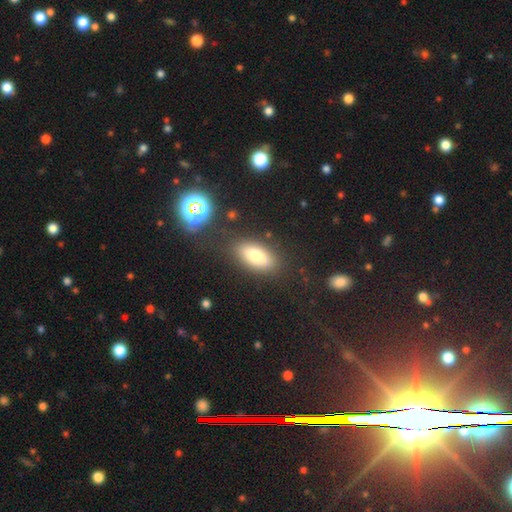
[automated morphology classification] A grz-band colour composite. It shows a smooth galaxy with no disk features (74%) that is in between round and cigar-shaped (85%). Merging: none (82%).